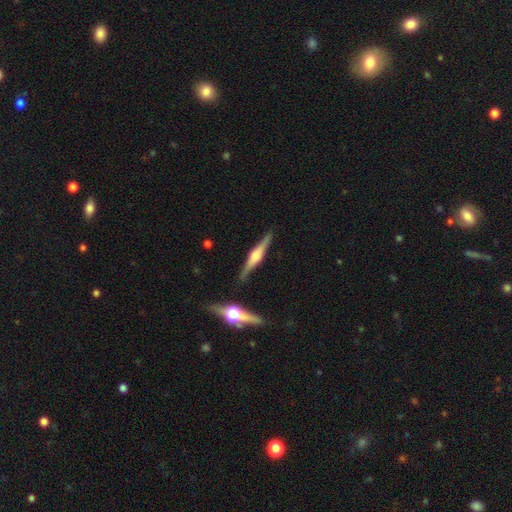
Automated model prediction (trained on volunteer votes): Overall: featured or disk (80%). Edge-on disk: yes (98%). Edge-on bulge: rounded (79%). Merging: none (88%).